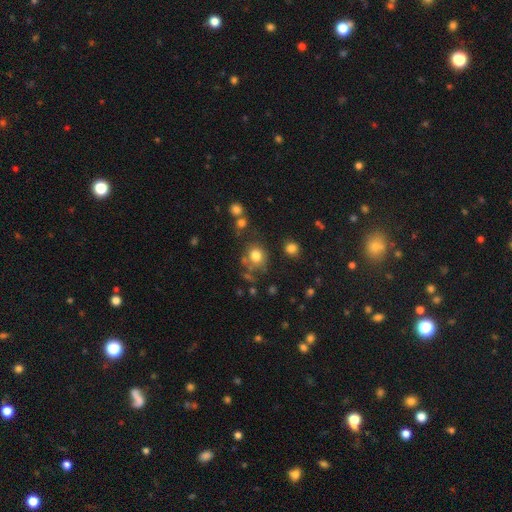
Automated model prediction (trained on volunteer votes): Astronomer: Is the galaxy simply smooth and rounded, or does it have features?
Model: smooth — 77%.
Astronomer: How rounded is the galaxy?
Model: round — 80%.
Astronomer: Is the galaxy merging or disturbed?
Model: none — 67%.